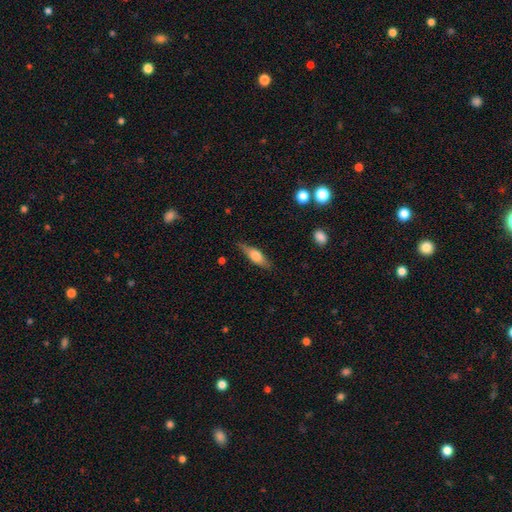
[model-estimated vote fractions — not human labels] Q: Smooth or featured?
A: smooth (55%); runner-up: featured or disk (38%)
Q: How rounded?
A: cigar-shaped (52%); runner-up: in between (45%)
Q: Merging?
A: none (80%); runner-up: minor disturbance (15%)